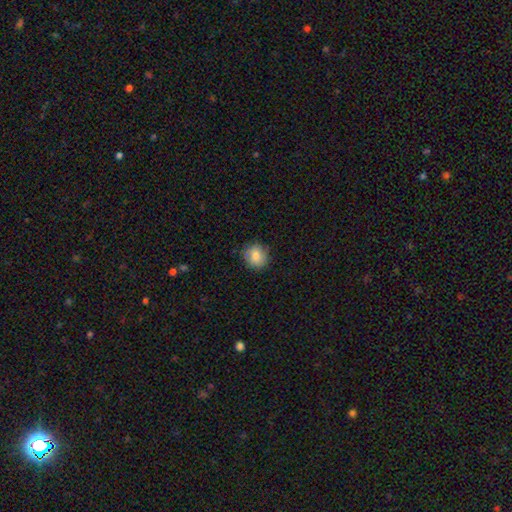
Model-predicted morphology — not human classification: Q: Smooth or featured?
A: smooth (81%); runner-up: featured or disk (10%)
Q: How rounded?
A: round (83%); runner-up: in between (16%)
Q: Merging?
A: none (82%); runner-up: minor disturbance (14%)